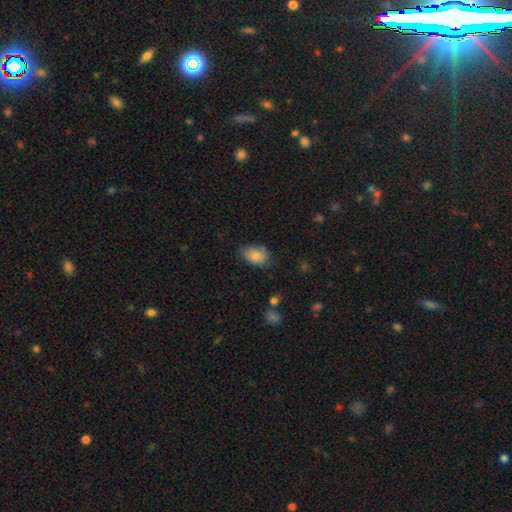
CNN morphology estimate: smooth-or-featured: smooth: 85% | star or artifact: 8% | featured or disk: 7%
  how-rounded: in between: 84% | round: 15% | cigar-shaped: 1%
  merging: none: 67% | minor disturbance: 26% | major disturbance: 6% | merger: 2%